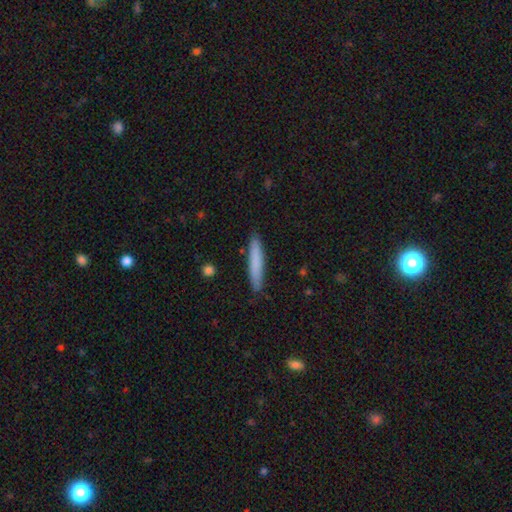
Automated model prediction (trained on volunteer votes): smooth_or_featured: smooth (p=0.79) [alt: featured or disk p=0.15]
how_rounded: cigar-shaped (p=0.93) [alt: in between p=0.05]
merging: none (p=0.89) [alt: minor disturbance p=0.08]